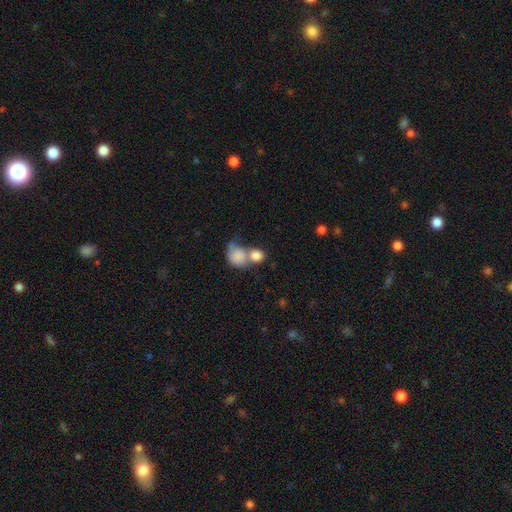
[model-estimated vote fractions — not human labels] Q: Smooth or featured?
A: smooth (82%); runner-up: featured or disk (10%)
Q: How rounded?
A: round (64%); runner-up: in between (35%)
Q: Merging?
A: merger (63%); runner-up: none (22%)